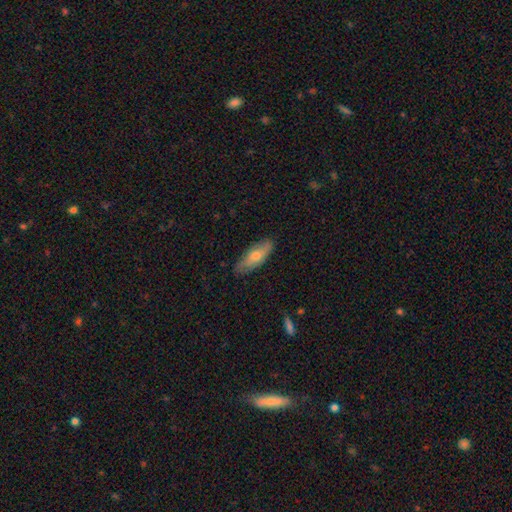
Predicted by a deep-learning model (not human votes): This is likely a smooth galaxy (63%). How rounded: possibly in between (53%). Merging: clearly none (83%).